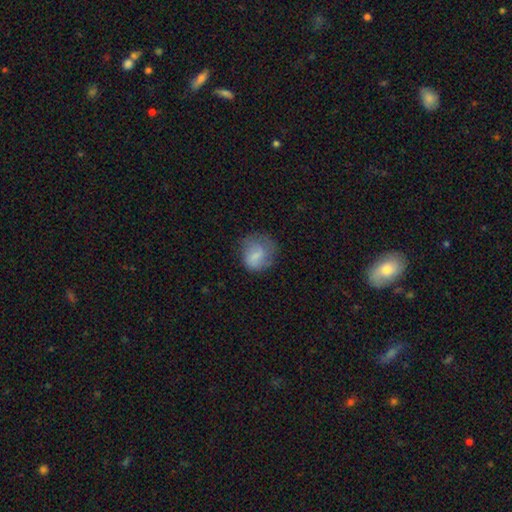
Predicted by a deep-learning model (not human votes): A smooth galaxy with no disk features (69%) that is round (69%). Merging: none (51%).